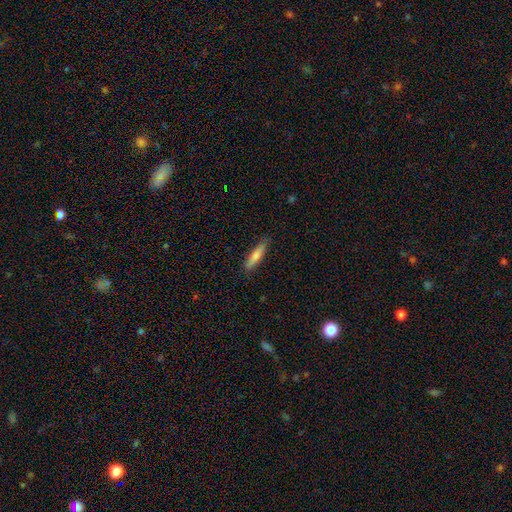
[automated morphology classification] smooth 68%, featured or disk 25%, star or artifact 7%. Down the decision tree: how rounded — cigar-shaped (85%); merging — none (87%).